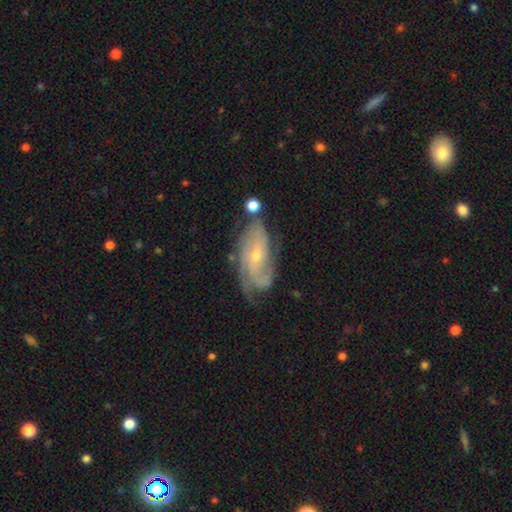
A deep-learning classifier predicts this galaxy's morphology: This is clearly a featured or disk galaxy (83%). It is clearly not viewed edge-on (94%). Bar: likely no (69%). Spiral arm pattern: clearly yes (93%). Spiral arm count: marginally can't tell (34%). Spiral winding: possibly tight (57%). Central bulge: likely small (71%). Merging: possibly none (60%).